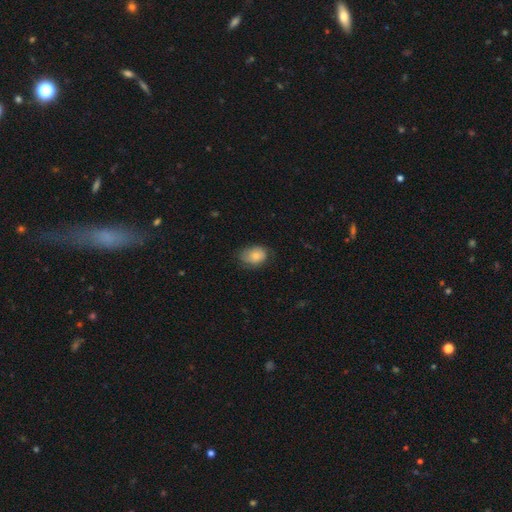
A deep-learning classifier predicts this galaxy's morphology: This is likely a smooth galaxy (78%). How rounded: likely in between (70%). Merging: likely none (62%).